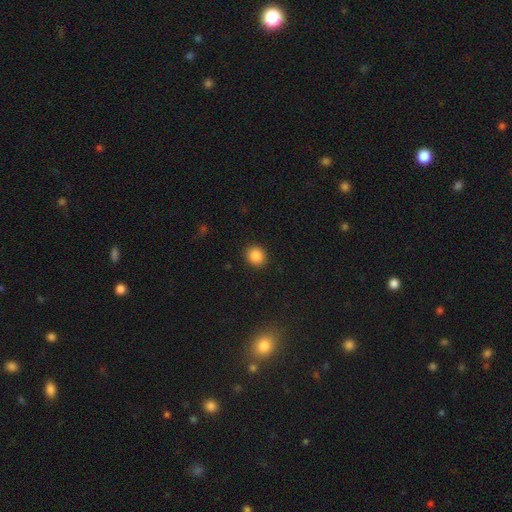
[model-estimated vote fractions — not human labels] Morphology: type=smooth (87%); roundness=round (83%); merging=none (91%).